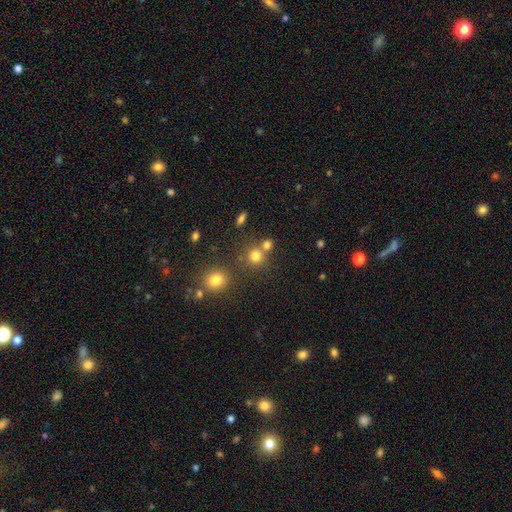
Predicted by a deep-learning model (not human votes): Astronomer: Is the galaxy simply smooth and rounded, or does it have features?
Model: smooth — 76%.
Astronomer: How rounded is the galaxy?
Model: round — 88%.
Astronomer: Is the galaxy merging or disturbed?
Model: none — 62%.